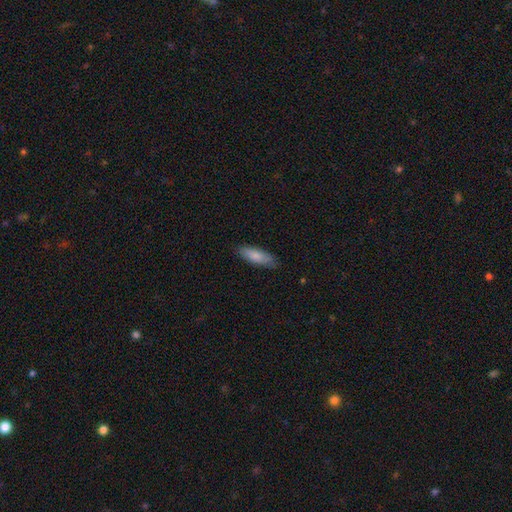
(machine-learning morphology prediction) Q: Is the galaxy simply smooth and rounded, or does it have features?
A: smooth — 83%.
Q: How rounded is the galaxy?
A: in between — 53%.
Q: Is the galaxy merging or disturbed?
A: none — 81%.